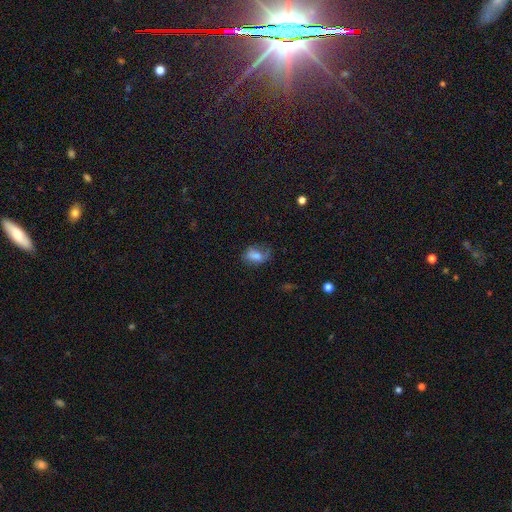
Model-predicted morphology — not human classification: smooth-or-featured: smooth: 63% | featured or disk: 25% | star or artifact: 11%
  how-rounded: in between: 79% | round: 18% | cigar-shaped: 3%
  merging: none: 54% | minor disturbance: 29% | major disturbance: 14% | merger: 2%